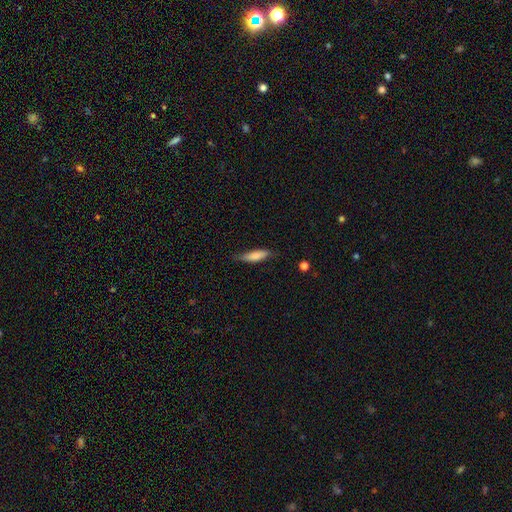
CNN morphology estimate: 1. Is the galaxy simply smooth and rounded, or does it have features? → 79% smooth, 15% featured or disk, 6% star or artifact.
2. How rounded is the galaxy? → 63% cigar-shaped, 35% in between, 2% round.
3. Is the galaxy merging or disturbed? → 68% none, 26% minor disturbance, 5% major disturbance, 2% merger.